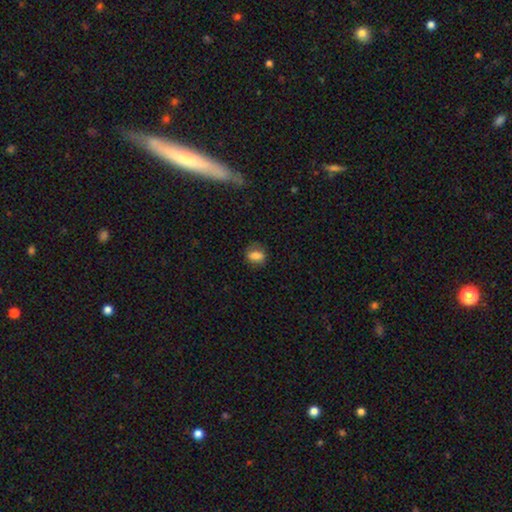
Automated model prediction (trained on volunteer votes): The model was most divided on "how rounded": in between: 62%, round: 35%, cigar-shaped: 2%. More confident: smooth or featured — smooth (82%); merging — none (77%).